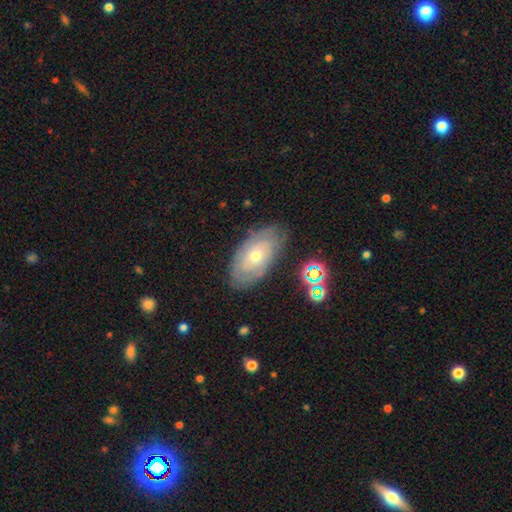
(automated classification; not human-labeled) Smooth or featured? featured or disk (60%)
Edge-on disk? no (91%)
Bar? no (83%)
Spiral arms? yes (67%)
Bulge size? small (54%)
Merging? none (77%)